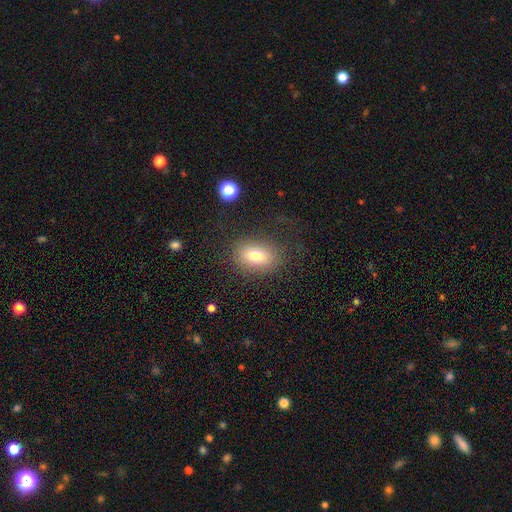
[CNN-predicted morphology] Overall: smooth (76%). How rounded: in between (72%). Merging: none (77%).